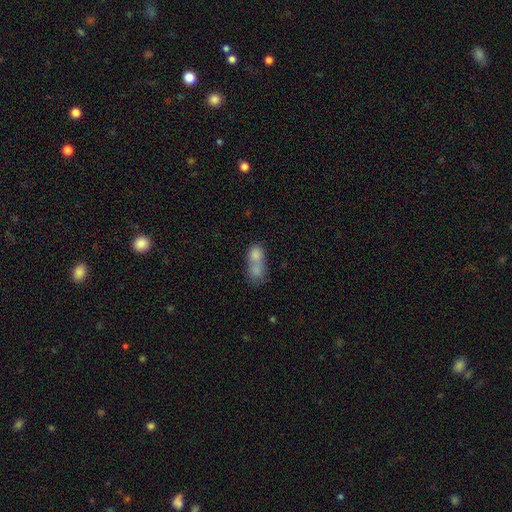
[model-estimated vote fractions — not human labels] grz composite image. It shows a smooth galaxy with no disk features (72%) that is in between round and cigar-shaped (57%). Merging: merger (72%).